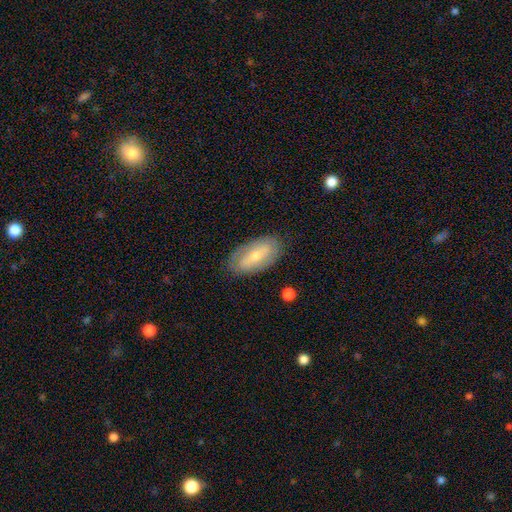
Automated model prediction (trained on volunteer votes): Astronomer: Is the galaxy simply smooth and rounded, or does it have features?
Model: featured or disk — 54% (runner-up: smooth, 40%).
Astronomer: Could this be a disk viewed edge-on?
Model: no — 89%.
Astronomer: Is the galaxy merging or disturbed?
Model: none — 81%.